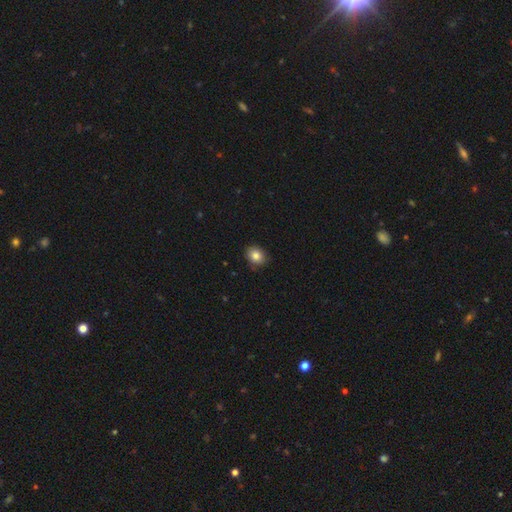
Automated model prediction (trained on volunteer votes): This is clearly a smooth galaxy (84%). How rounded: possibly round (53%). Merging: clearly none (86%).